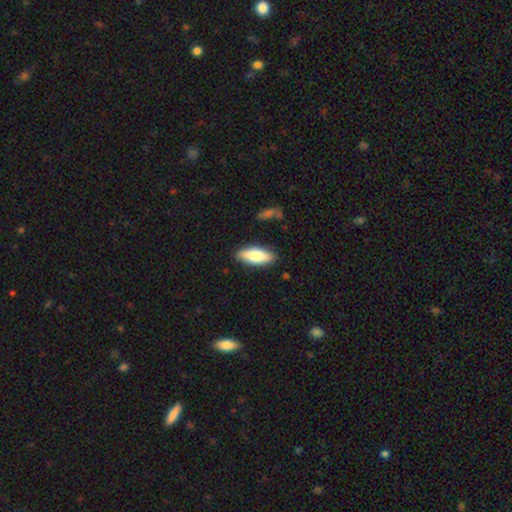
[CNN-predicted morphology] type=smooth (78%); roundness=in between (72%); merging=none (86%).